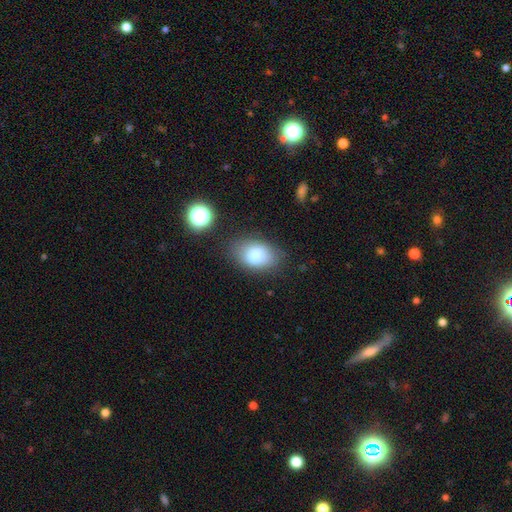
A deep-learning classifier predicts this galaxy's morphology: smooth-or-featured: smooth: 81% | featured or disk: 10% | star or artifact: 9%
  how-rounded: in between: 85% | round: 13% | cigar-shaped: 1%
  merging: none: 76% | minor disturbance: 17% | major disturbance: 5% | merger: 3%